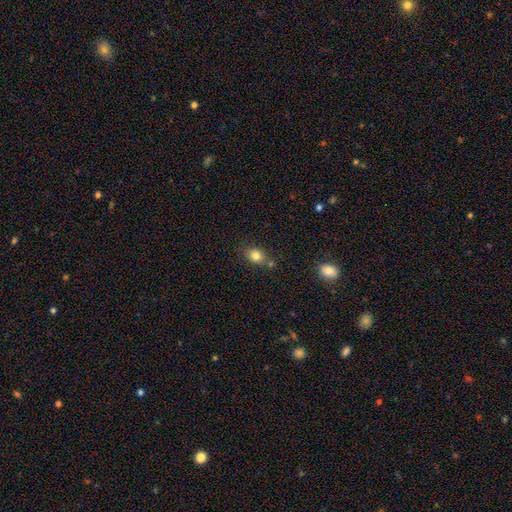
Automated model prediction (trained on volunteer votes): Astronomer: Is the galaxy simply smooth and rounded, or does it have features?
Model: smooth — 81%.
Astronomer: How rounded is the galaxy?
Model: in between — 52% (runner-up: round, 47%).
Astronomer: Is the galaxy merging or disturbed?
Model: none — 67%.